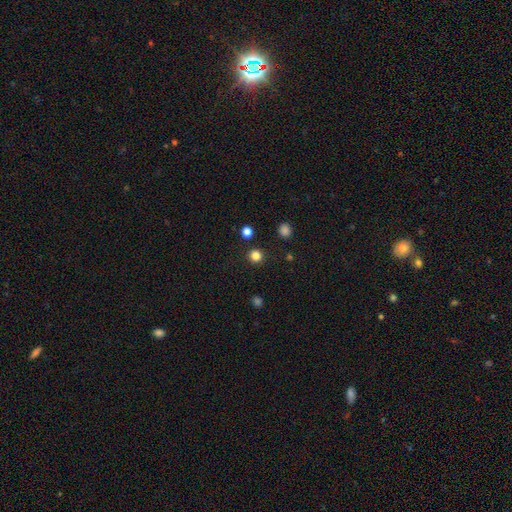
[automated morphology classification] Smooth or featured? smooth (81%)
How rounded? round (94%)
Merging? none (91%)